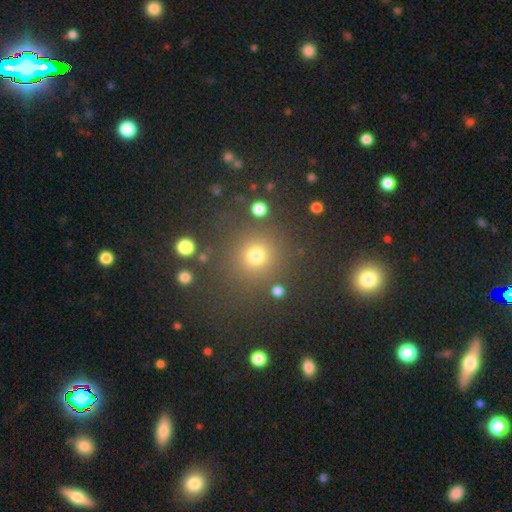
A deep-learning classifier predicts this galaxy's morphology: smooth-or-featured: smooth: 74% | star or artifact: 19% | featured or disk: 6%
  how-rounded: round: 92% | in between: 7% | cigar-shaped: 1%
  merging: none: 82% | minor disturbance: 8% | major disturbance: 5% | merger: 4%